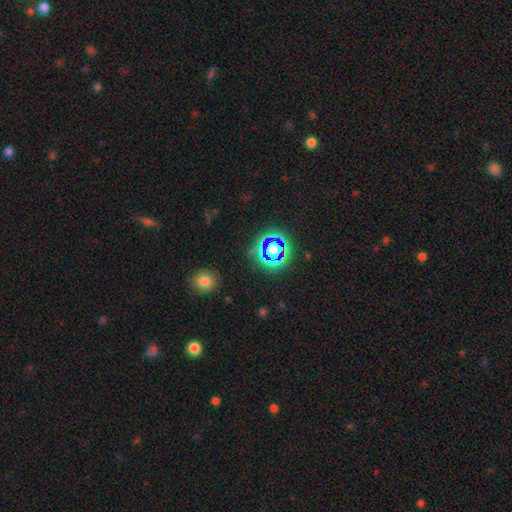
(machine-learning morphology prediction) Overall: star or artifact (66%; smooth 27%).